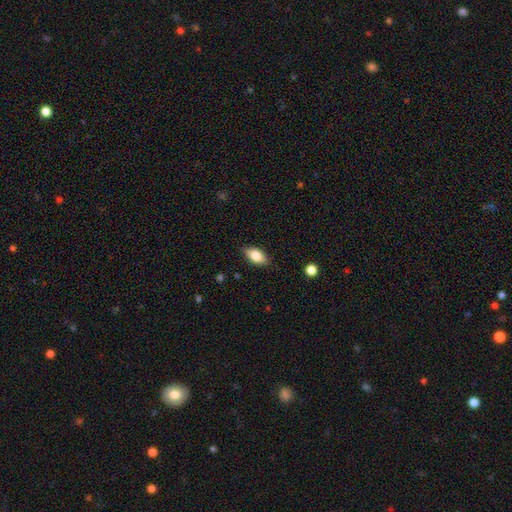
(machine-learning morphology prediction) Smooth or featured?
  - smooth: 79% *
  - featured or disk: 14%
  - star or artifact: 7%
How rounded?
  - in between: 89% *
  - cigar-shaped: 6%
  - round: 5%
Merging?
  - none: 84% *
  - minor disturbance: 12%
  - major disturbance: 2%
  - merger: 1%